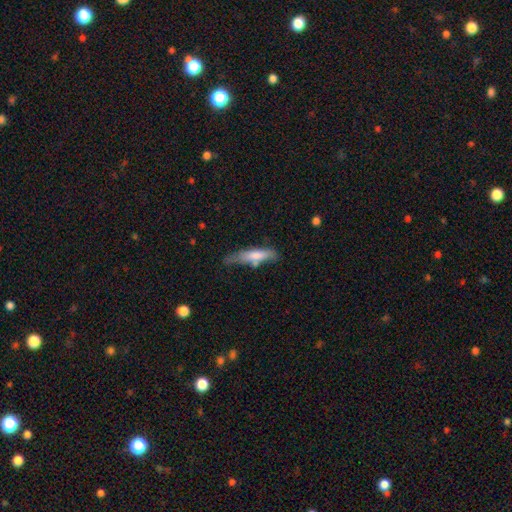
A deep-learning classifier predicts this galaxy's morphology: A smooth galaxy with no disk features (64%) that is cigar-shaped (78%). Merging: none (51%).